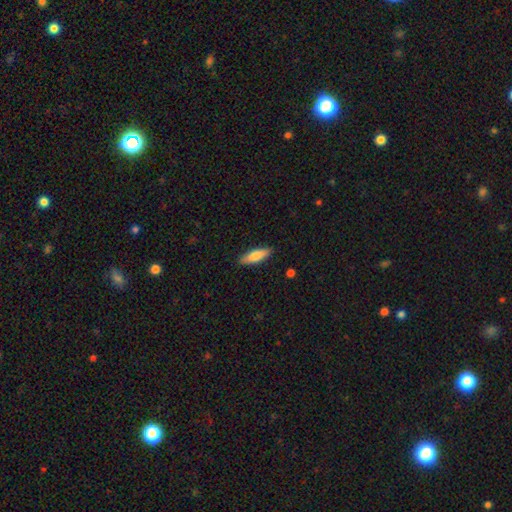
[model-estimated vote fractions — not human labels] Smooth or featured?
  - smooth: 77% *
  - featured or disk: 17%
  - star or artifact: 6%
How rounded?
  - cigar-shaped: 56% *
  - in between: 42%
  - round: 2%
Merging?
  - none: 88% *
  - minor disturbance: 9%
  - major disturbance: 2%
  - merger: 1%